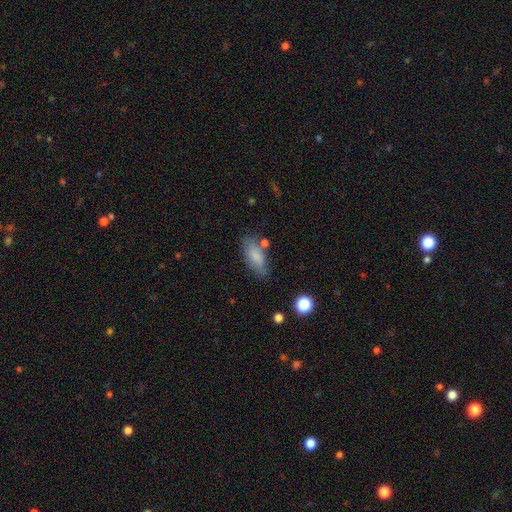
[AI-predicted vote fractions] A smooth galaxy with no disk features (82%) that is in between round and cigar-shaped (78%).

Vote fractions:
- Smooth or featured? smooth: 82% / featured or disk: 11% / star or artifact: 7%
- How rounded? in between: 78% / cigar-shaped: 20% / round: 3%
- Merging? none: 71% / minor disturbance: 18% / merger: 6% / major disturbance: 5%